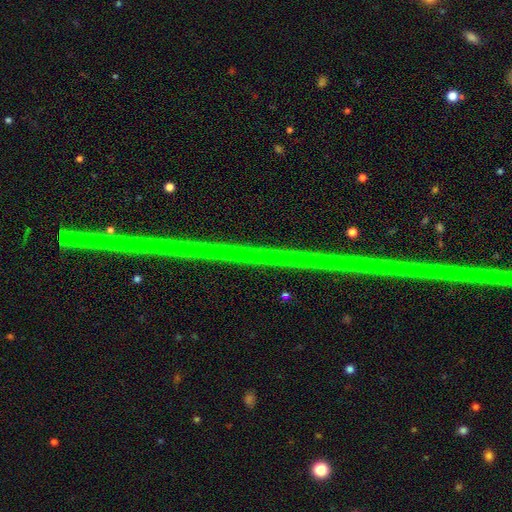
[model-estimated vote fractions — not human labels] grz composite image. It shows a star or artifact, not a galaxy (77%).